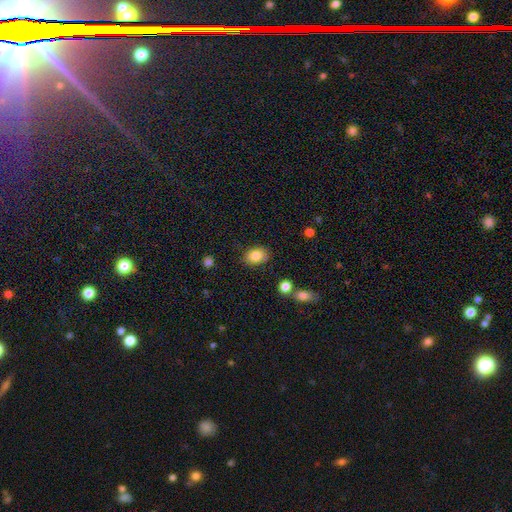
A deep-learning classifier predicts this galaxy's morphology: smooth_or_featured: smooth (p=0.84) [alt: star or artifact p=0.09]
how_rounded: in between (p=0.70) [alt: round p=0.29]
merging: none (p=0.80) [alt: minor disturbance p=0.14]